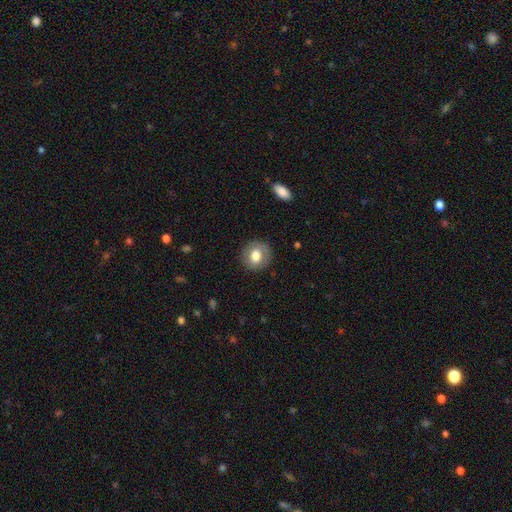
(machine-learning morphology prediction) Smooth or featured? Predicted: smooth (p=0.70). How rounded? Predicted: round (p=0.82). Merging? Predicted: none (p=0.85).